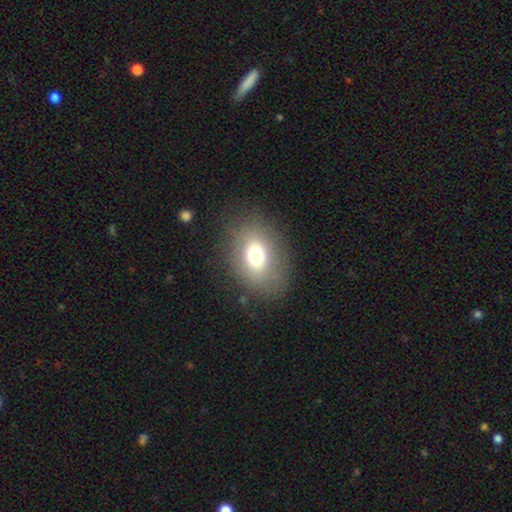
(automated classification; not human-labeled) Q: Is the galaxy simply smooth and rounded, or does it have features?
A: smooth — 68%.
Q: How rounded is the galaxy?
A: in between — 63%.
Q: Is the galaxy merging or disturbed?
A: none — 79%.